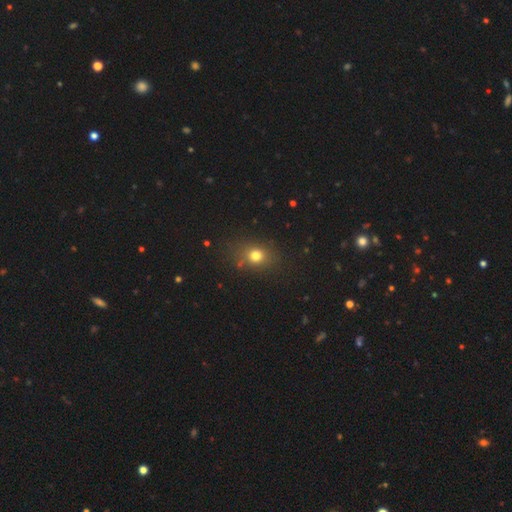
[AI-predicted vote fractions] Smooth or featured? smooth (74%)
How rounded? round (58%)
Merging? none (79%)